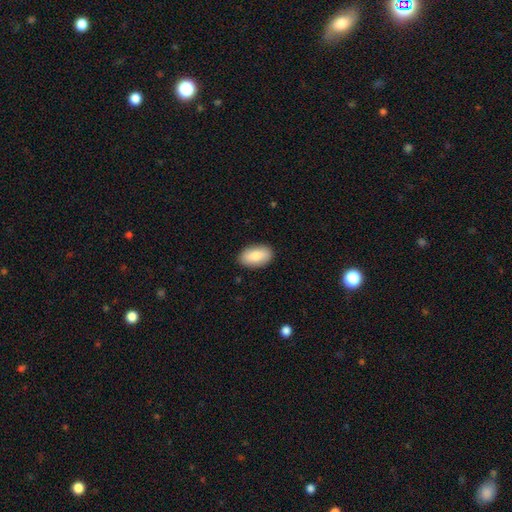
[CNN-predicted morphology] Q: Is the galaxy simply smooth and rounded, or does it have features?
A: smooth — 82%.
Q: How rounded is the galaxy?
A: in between — 94%.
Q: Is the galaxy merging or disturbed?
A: none — 88%.